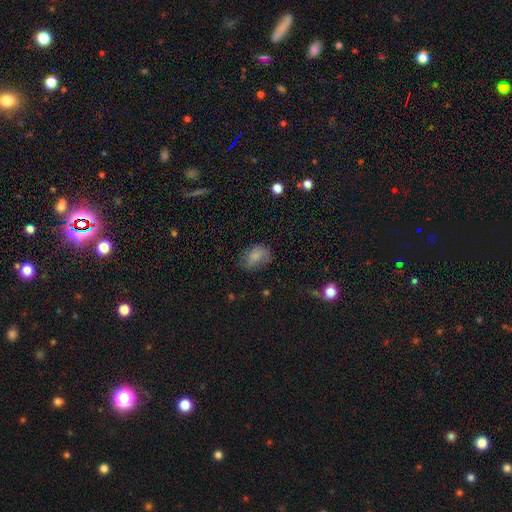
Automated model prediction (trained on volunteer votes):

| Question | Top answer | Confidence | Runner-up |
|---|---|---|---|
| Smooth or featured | smooth | 79% | featured or disk (12%) |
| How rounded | in between | 78% | round (21%) |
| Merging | none | 62% | minor disturbance (27%) |